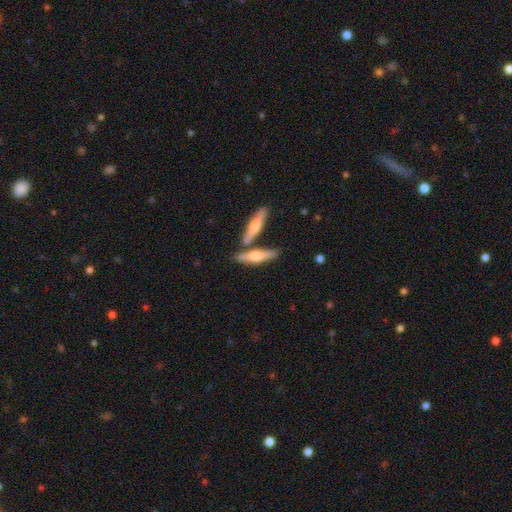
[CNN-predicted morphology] This is possibly a featured or disk galaxy (50%). It is clearly viewed edge-on (93%). Merging: likely none (63%).